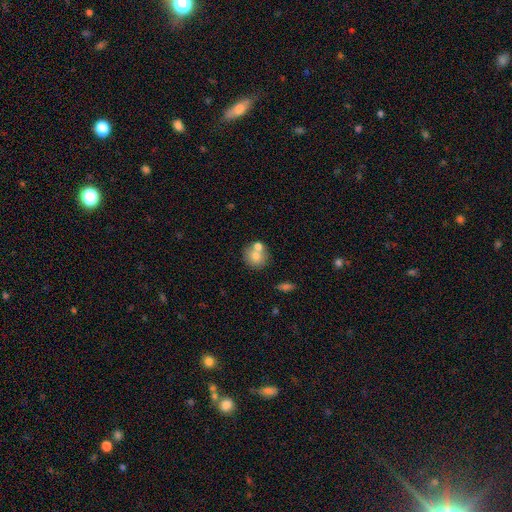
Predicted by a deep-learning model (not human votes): Smooth or featured? Predicted: smooth (p=0.71). How rounded? Predicted: round (p=0.84). Merging? Predicted: none (p=0.54).